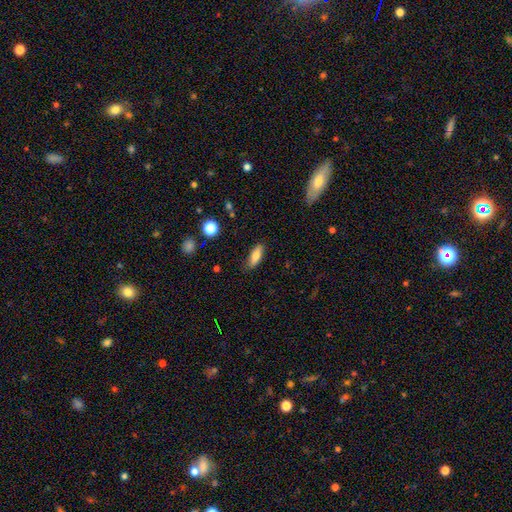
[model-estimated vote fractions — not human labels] Q: Smooth or featured?
A: smooth (74%); runner-up: featured or disk (19%)
Q: How rounded?
A: in between (63%); runner-up: cigar-shaped (34%)
Q: Merging?
A: none (82%); runner-up: minor disturbance (14%)